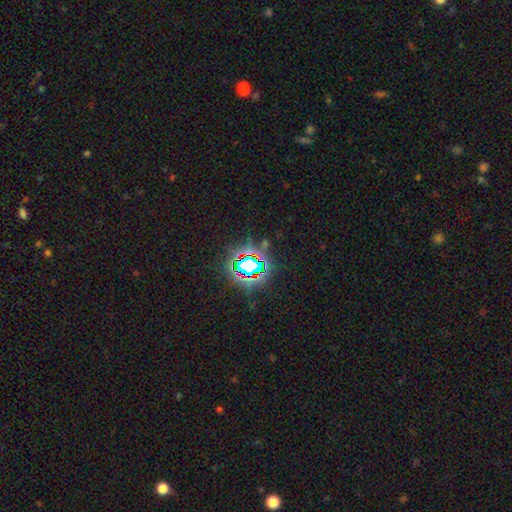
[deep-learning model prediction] Smooth or featured? Predicted: star or artifact (p=0.76).